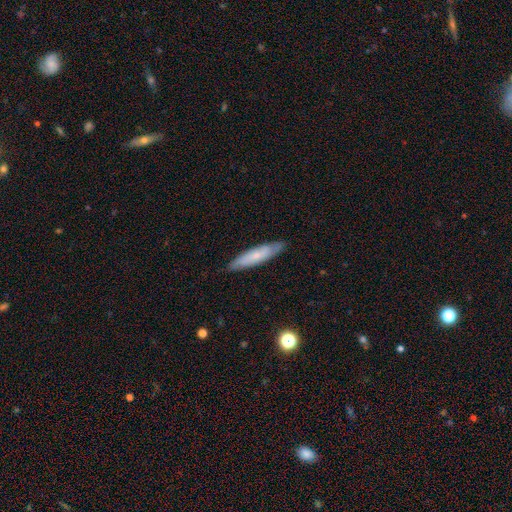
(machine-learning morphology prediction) This is likely a smooth galaxy (62%). How rounded: clearly cigar-shaped (82%). Merging: clearly none (85%).